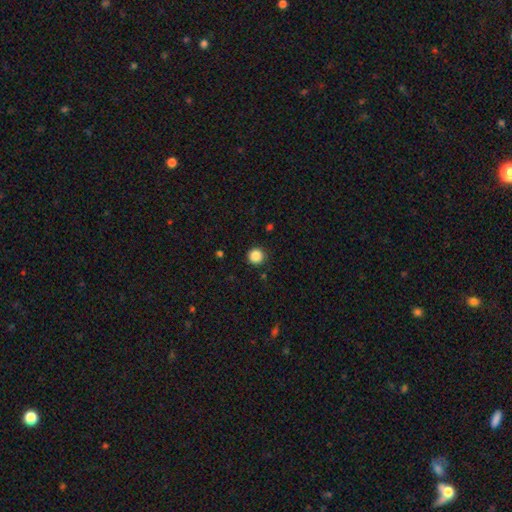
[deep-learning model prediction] Overall: smooth (87%). How rounded: round (95%). Merging: none (91%).